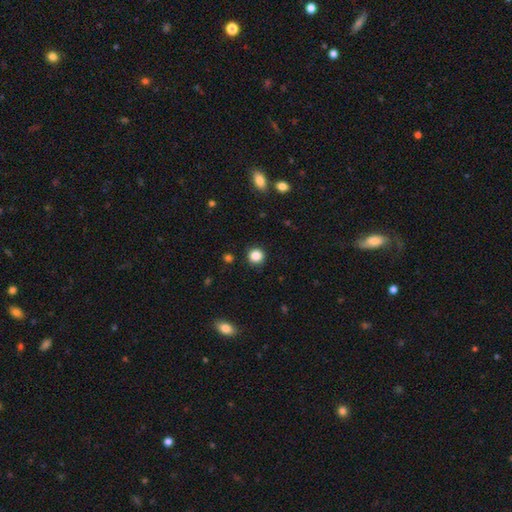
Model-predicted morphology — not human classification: The model was most divided on "smooth or featured": smooth: 85%, star or artifact: 11%, featured or disk: 3%. More confident: how rounded — round (93%); merging — none (91%).